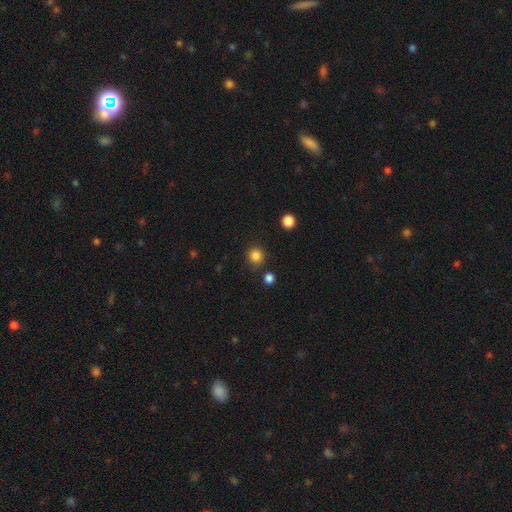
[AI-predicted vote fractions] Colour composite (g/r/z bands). It shows a smooth galaxy with no disk features (84%) that is round (93%). Merging: none (85%).